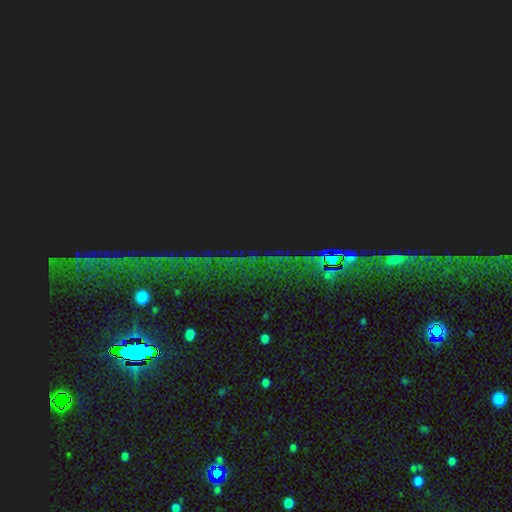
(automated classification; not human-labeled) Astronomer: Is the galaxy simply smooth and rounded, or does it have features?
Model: star or artifact — 83%.